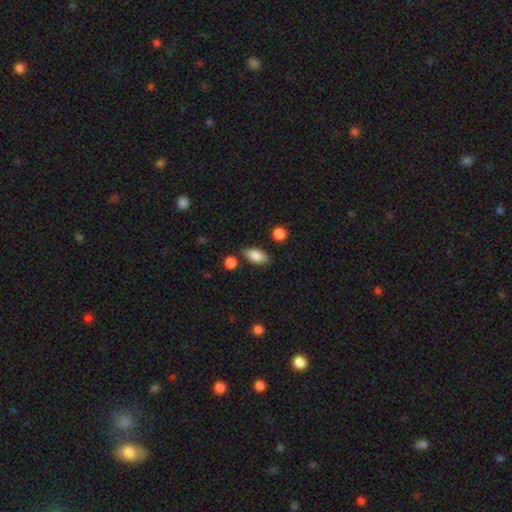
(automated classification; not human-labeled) Smooth or featured: smooth — 84% (featured or disk — 9%)
How rounded: in between — 88% (cigar-shaped — 6%)
Merging: none — 77% (minor disturbance — 14%)